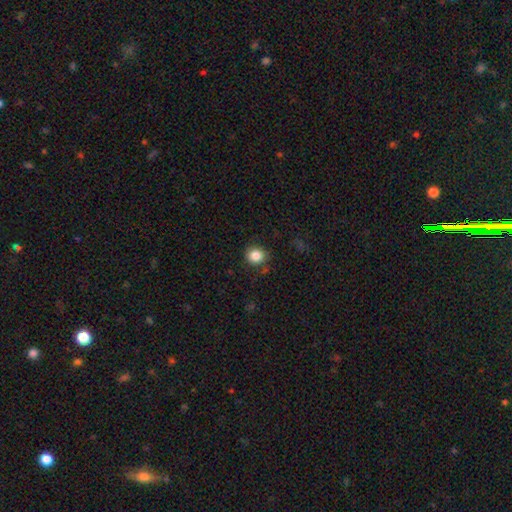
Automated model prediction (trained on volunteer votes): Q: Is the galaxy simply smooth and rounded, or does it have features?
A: smooth — 84%.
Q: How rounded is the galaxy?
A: round — 86%.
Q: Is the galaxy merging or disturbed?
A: none — 85%.